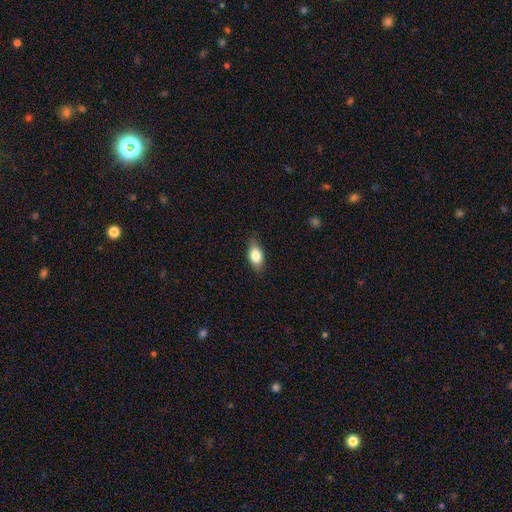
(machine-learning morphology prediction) Smooth or featured: smooth — 78% (featured or disk — 15%)
How rounded: in between — 85% (cigar-shaped — 8%)
Merging: none — 83% (minor disturbance — 14%)